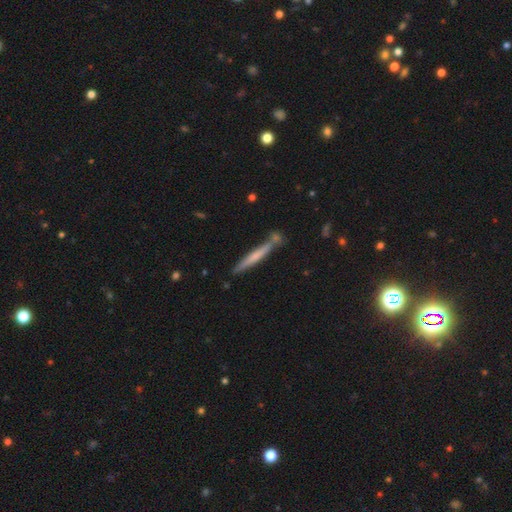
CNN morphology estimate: The model was most divided on "smooth or featured": smooth: 52%, featured or disk: 42%, star or artifact: 6%. More confident: how rounded — cigar-shaped (96%); merging — none (77%).